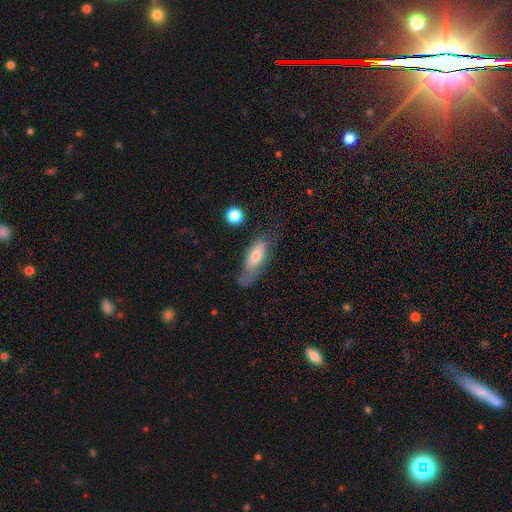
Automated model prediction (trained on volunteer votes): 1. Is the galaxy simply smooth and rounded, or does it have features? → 68% smooth, 24% featured or disk, 7% star or artifact.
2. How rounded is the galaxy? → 60% in between, 37% cigar-shaped, 3% round.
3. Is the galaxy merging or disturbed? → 45% none, 31% minor disturbance, 20% major disturbance, 3% merger.